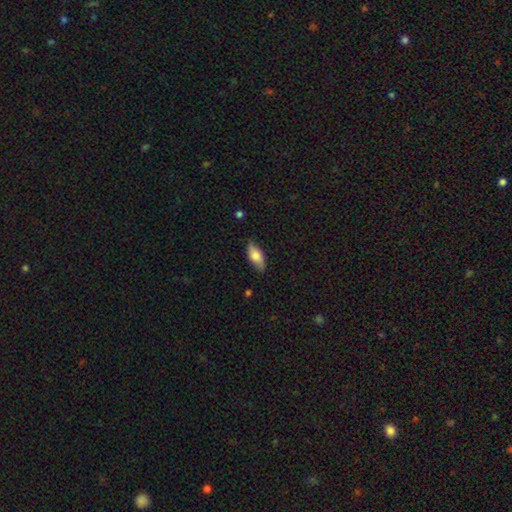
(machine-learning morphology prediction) The model was most divided on "smooth or featured": smooth: 71%, featured or disk: 22%, star or artifact: 7%. More confident: how rounded — in between (82%); merging — none (79%).